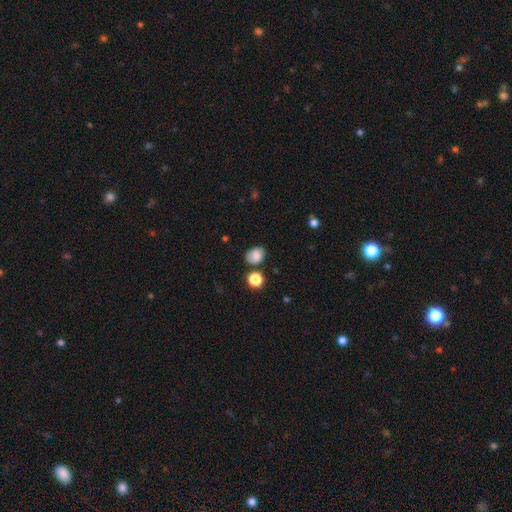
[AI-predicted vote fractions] Q: Smooth or featured?
A: smooth (80%); runner-up: star or artifact (10%)
Q: How rounded?
A: in between (60%); runner-up: round (39%)
Q: Merging?
A: none (71%); runner-up: minor disturbance (18%)